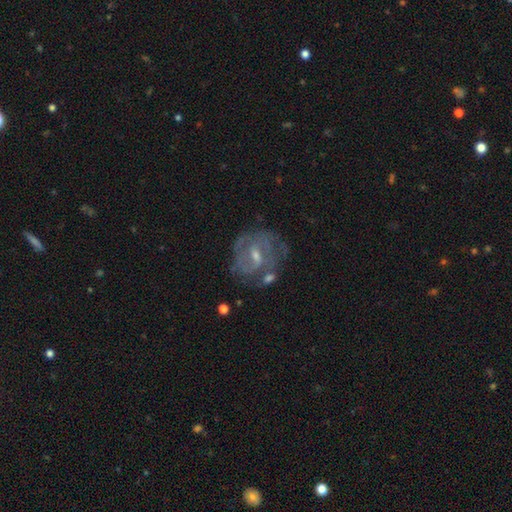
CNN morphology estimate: This is likely a featured or disk galaxy (73%). It is clearly not viewed edge-on (96%). Bar: possibly weak (54%). Spiral arm pattern: likely yes (70%). Central bulge: possibly small (52%). Merging: possibly none (52%).